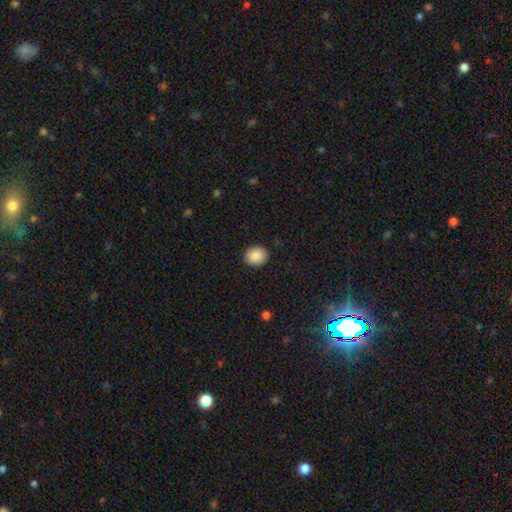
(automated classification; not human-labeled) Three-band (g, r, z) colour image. It shows a smooth galaxy with no disk features (87%) that is round (75%). Merging: none (91%).